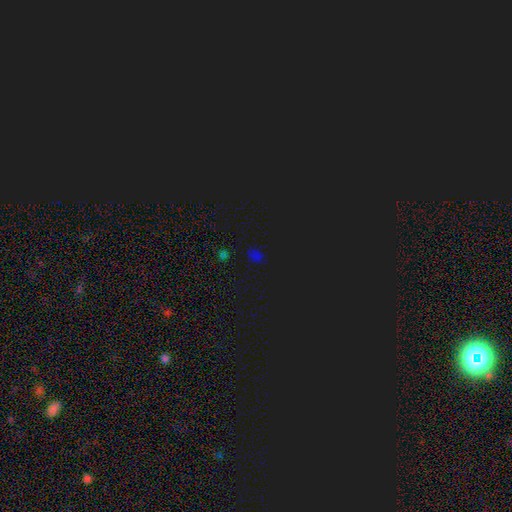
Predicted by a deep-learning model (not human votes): Q: Smooth or featured?
A: star or artifact (61%); runner-up: smooth (34%)